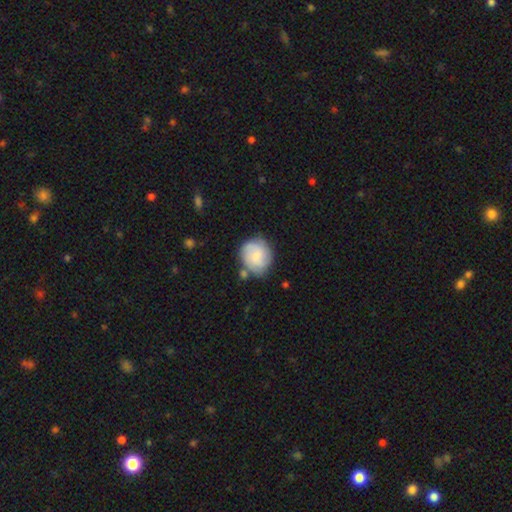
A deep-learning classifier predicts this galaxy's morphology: Smooth or featured? Predicted: smooth (p=0.47). Merging? Predicted: none (p=0.70).